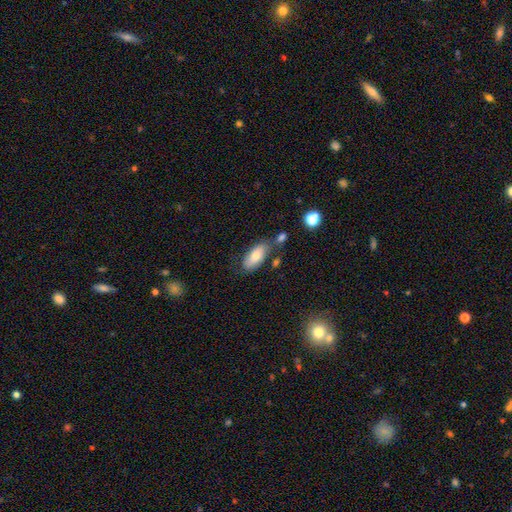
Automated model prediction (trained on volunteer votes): This appears to be a smooth galaxy with no disk features (75%) that is in between round and cigar-shaped (89%). Merging: none (60%).